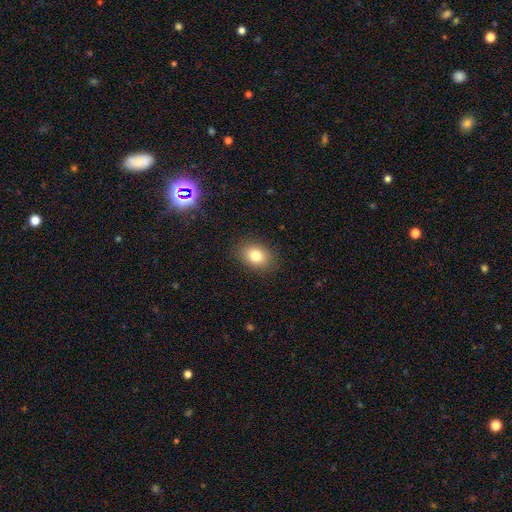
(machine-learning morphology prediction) smooth_or_featured: smooth (p=0.80) [alt: star or artifact p=0.11]
how_rounded: in between (p=0.69) [alt: round p=0.30]
merging: none (p=0.87) [alt: minor disturbance p=0.09]